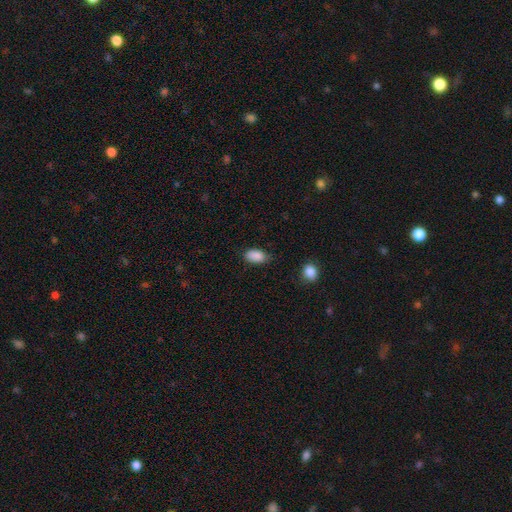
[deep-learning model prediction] smooth_or_featured: smooth (p=0.89) [alt: star or artifact p=0.08]
how_rounded: in between (p=0.90) [alt: round p=0.08]
merging: none (p=0.75) [alt: minor disturbance p=0.20]